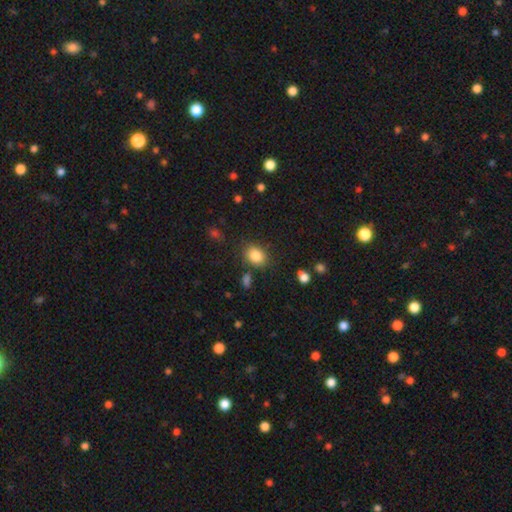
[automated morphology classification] A smooth galaxy with no disk features (85%) that is in between round and cigar-shaped (54%). Merging: none (79%).